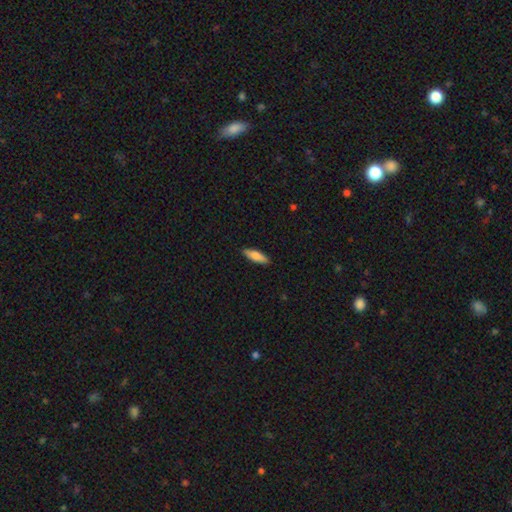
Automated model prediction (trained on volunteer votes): smooth-or-featured: smooth: 77% | featured or disk: 17% | star or artifact: 6%
  how-rounded: cigar-shaped: 49% (tied) | in between: 49% (tied) | round: 2%
  merging: none: 89% | minor disturbance: 8% | major disturbance: 2% | merger: 1%